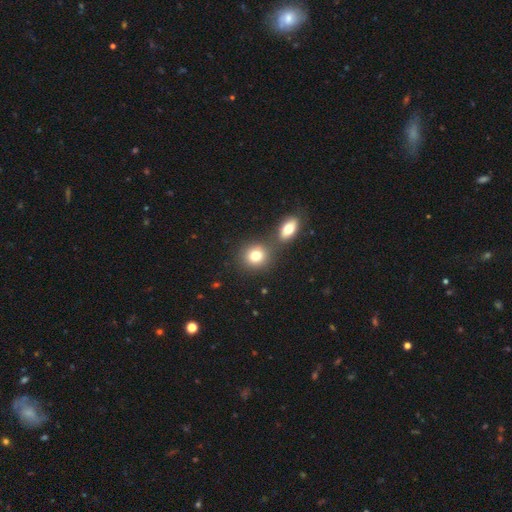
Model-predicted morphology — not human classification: Smooth or featured? Predicted: smooth (p=0.79). How rounded? Predicted: round (p=0.77). Merging? Predicted: none (p=0.64).